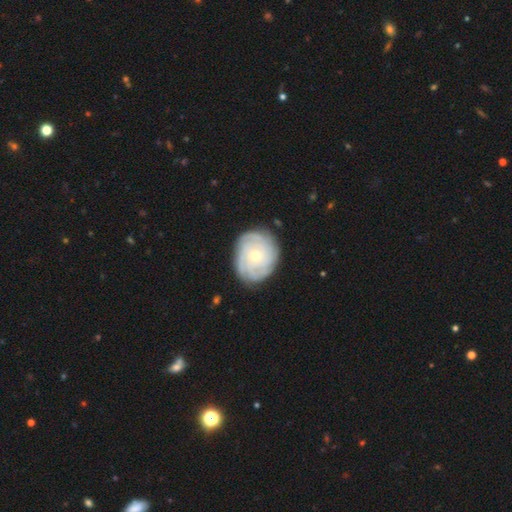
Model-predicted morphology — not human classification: The model was most divided on "bulge size": small: 53%, moderate: 44%, large: 1%, none: 1%, dominant: 1%. Remaining: edge-on disk — no (97%); spiral arms — yes (93%); merging — none (83%); spiral winding — tight (80%); bar — no (79%); smooth or featured — featured or disk (77%); spiral arm count — can't tell (38%).